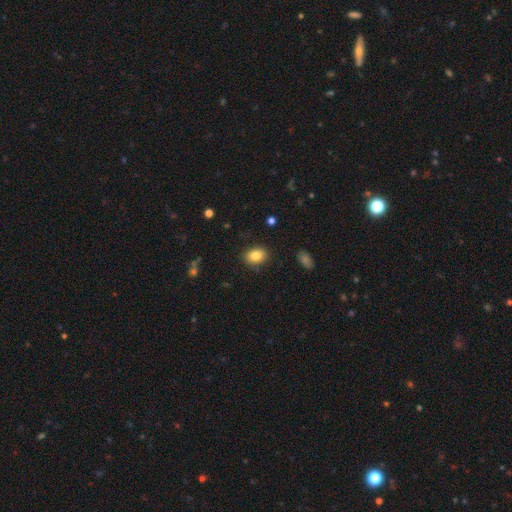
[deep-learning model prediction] smooth_or_featured: smooth (p=0.84) [alt: star or artifact p=0.09]
how_rounded: in between (p=0.71) [alt: round p=0.28]
merging: none (p=0.87) [alt: minor disturbance p=0.10]